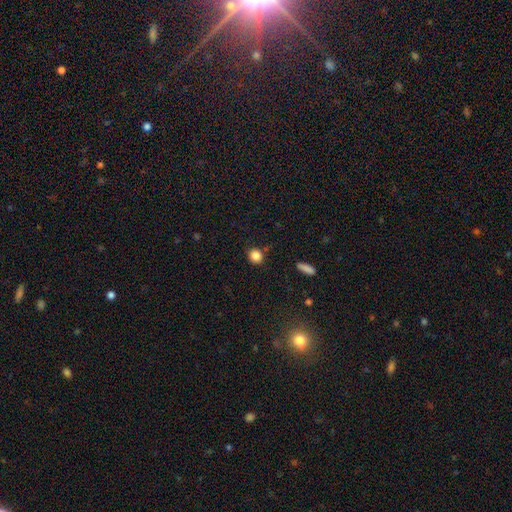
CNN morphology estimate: The model was most divided on "how rounded": round: 79%, in between: 19%, cigar-shaped: 1%. More confident: smooth or featured — smooth (85%); merging — none (84%).